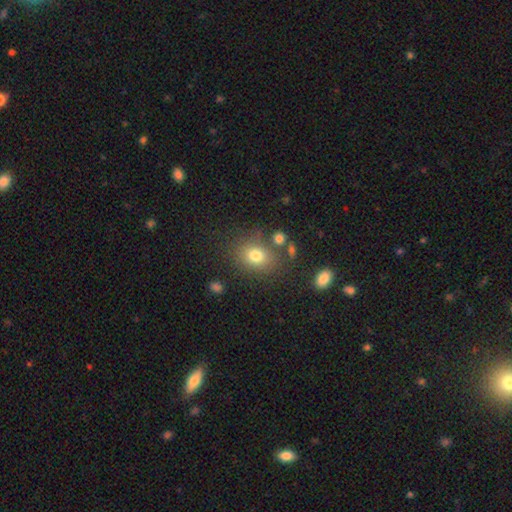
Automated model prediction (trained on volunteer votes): Smooth or featured? Predicted: smooth (p=0.78). How rounded? Predicted: in between (p=0.55). Merging? Predicted: none (p=0.74).